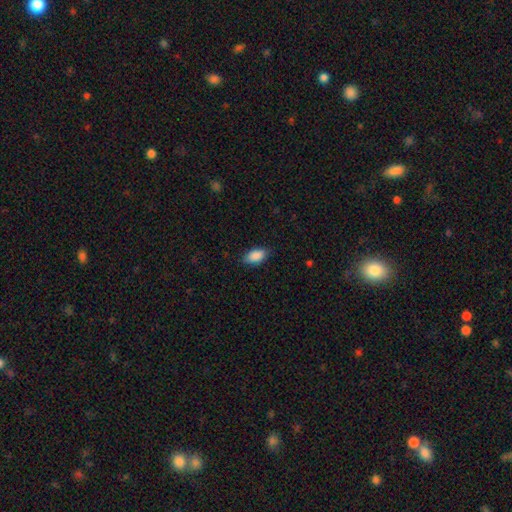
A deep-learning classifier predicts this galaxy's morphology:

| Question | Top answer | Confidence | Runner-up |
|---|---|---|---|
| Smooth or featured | smooth | 89% | star or artifact (7%) |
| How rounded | in between | 92% | cigar-shaped (4%) |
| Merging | none | 85% | minor disturbance (12%) |